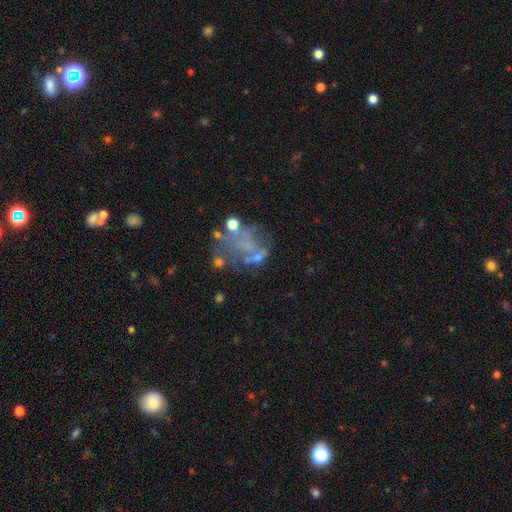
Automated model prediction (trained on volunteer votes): This is possibly a featured or disk galaxy (54%). It is clearly not viewed edge-on (98%). Bar: clearly no (92%). Spiral arm pattern: clearly no (92%). Central bulge: likely none (78%). Merging: marginally none (35%).